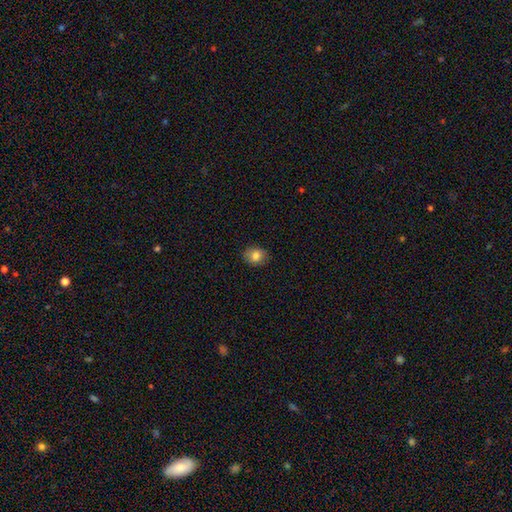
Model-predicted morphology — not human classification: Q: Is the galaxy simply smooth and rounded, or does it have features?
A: smooth — 82%.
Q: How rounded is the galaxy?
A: round — 52%.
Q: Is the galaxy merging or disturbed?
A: none — 87%.